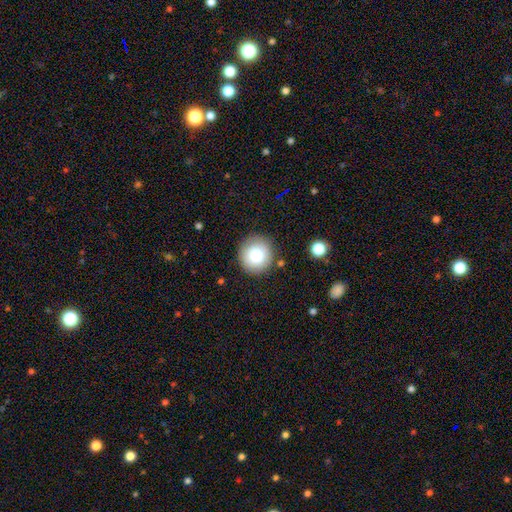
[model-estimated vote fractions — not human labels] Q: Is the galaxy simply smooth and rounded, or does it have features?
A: smooth — 79%.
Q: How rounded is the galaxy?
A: round — 95%.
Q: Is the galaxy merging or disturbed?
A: none — 88%.